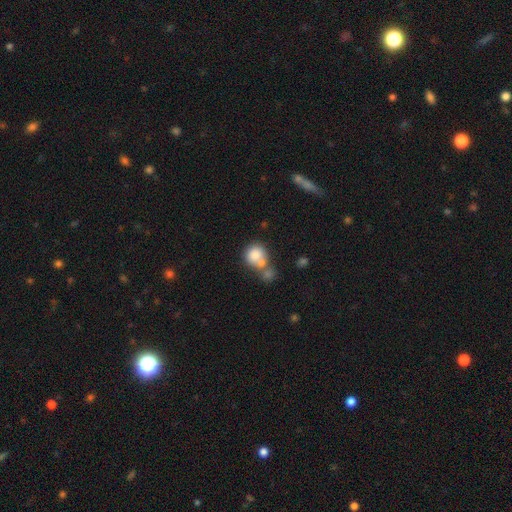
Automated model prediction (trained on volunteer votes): A smooth galaxy with no disk features (80%) that is round (82%).

Vote fractions:
- Smooth or featured? smooth: 80% / featured or disk: 11% / star or artifact: 9%
- How rounded? round: 82% / in between: 16% / cigar-shaped: 1%
- Merging? merger: 51% / none: 33% / minor disturbance: 10% / major disturbance: 6%